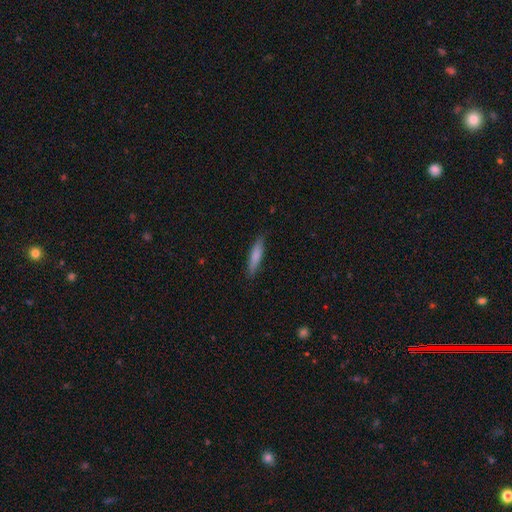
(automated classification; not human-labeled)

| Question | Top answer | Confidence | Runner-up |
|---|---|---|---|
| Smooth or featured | smooth | 79% | featured or disk (15%) |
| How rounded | cigar-shaped | 86% | in between (13%) |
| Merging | none | 87% | minor disturbance (10%) |